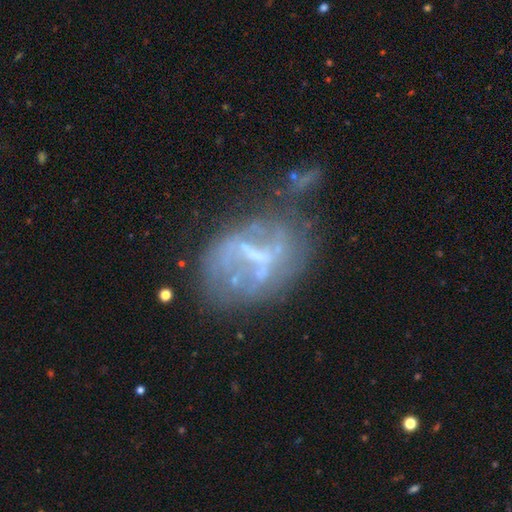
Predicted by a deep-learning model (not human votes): A featured or disk galaxy (70%) with a weak bar (38%), no spiral arms (65%) and no central bulge (43%).

Vote fractions:
- Smooth or featured? featured or disk: 70% / smooth: 18% / star or artifact: 12%
- Edge-on disk? no: 96% / yes: 4%
- Bar? weak: 38% / strong: 34% / no: 28%
- Spiral arms? no: 65% / yes: 35%
- Bulge size? none: 43% / small: 31% / moderate: 22% / large: 3% / dominant: 1%
- Merging? none: 37% / major disturbance: 28% / minor disturbance: 23% / merger: 13%